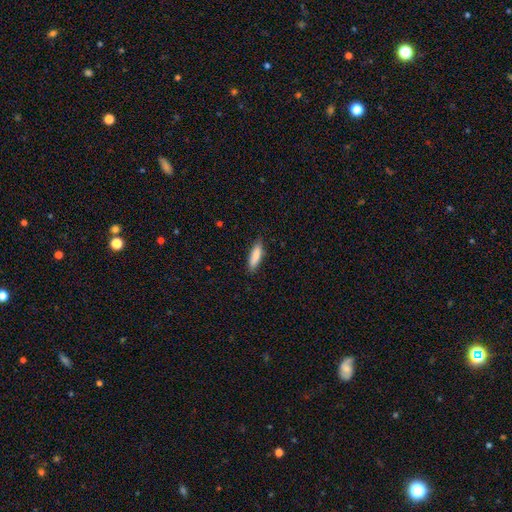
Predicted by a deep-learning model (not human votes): Smooth or featured?
  - smooth: 86% *
  - featured or disk: 8%
  - star or artifact: 6%
How rounded?
  - cigar-shaped: 60% *
  - in between: 39%
  - round: 2%
Merging?
  - none: 83% *
  - minor disturbance: 14%
  - major disturbance: 2%
  - merger: 1%